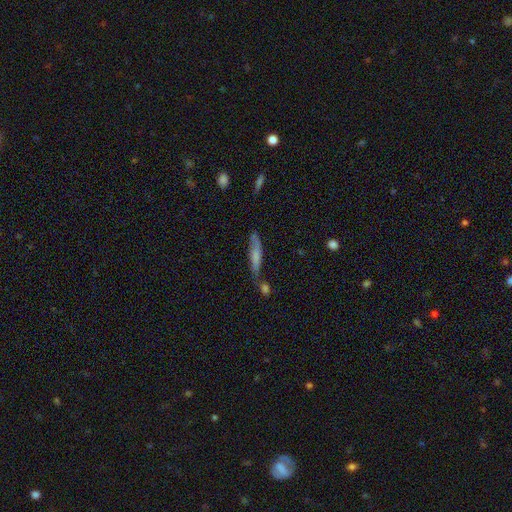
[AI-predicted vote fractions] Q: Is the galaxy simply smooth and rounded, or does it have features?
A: smooth — 60%.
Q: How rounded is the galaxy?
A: cigar-shaped — 85%.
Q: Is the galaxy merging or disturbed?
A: none — 54%.